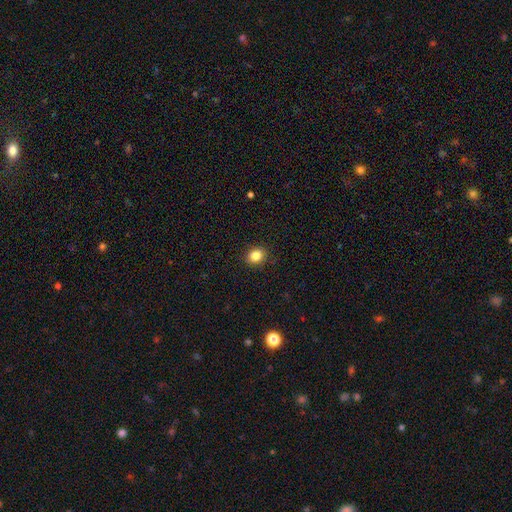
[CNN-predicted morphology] Q: Smooth or featured?
A: smooth (85%); runner-up: star or artifact (10%)
Q: How rounded?
A: round (62%); runner-up: in between (37%)
Q: Merging?
A: none (91%); runner-up: minor disturbance (7%)